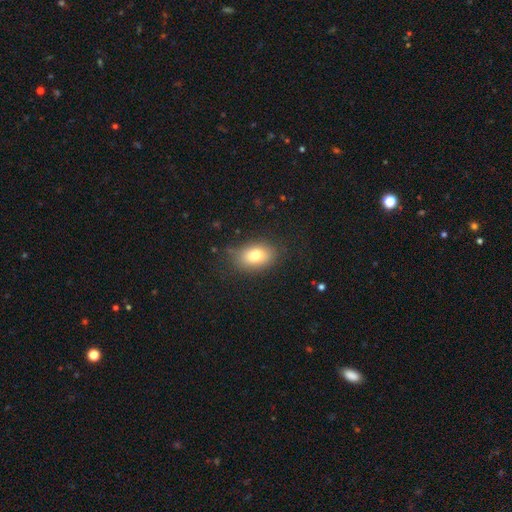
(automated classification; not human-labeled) This appears to be a smooth galaxy with no disk features (78%) that is in between round and cigar-shaped (75%). Merging: none (79%).